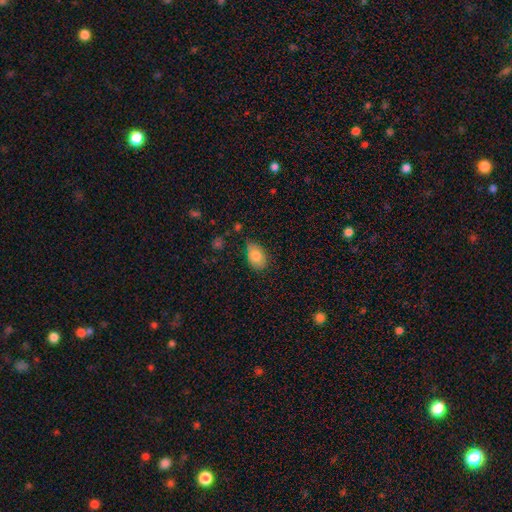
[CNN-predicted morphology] smooth_or_featured: smooth (p=0.82) [alt: featured or disk p=0.11]
how_rounded: in between (p=0.87) [alt: round p=0.11]
merging: none (p=0.67) [alt: minor disturbance p=0.26]